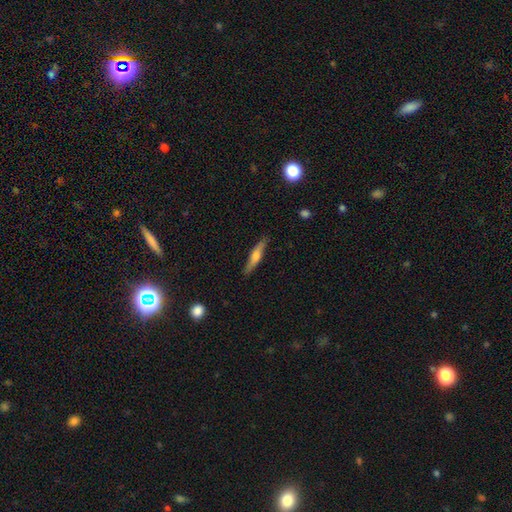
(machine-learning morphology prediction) smooth_or_featured: featured or disk (p=0.48) [alt: smooth p=0.46]
merging: none (p=0.86) [alt: minor disturbance p=0.11]